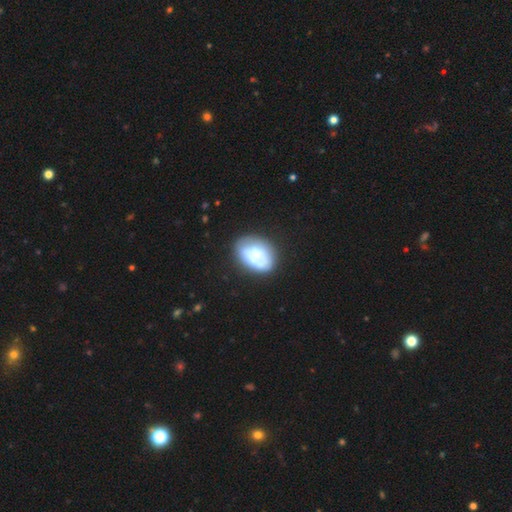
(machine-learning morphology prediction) smooth_or_featured: smooth (p=0.57) [alt: featured or disk p=0.35]
how_rounded: in between (p=0.77) [alt: round p=0.22]
merging: none (p=0.56) [alt: minor disturbance p=0.25]